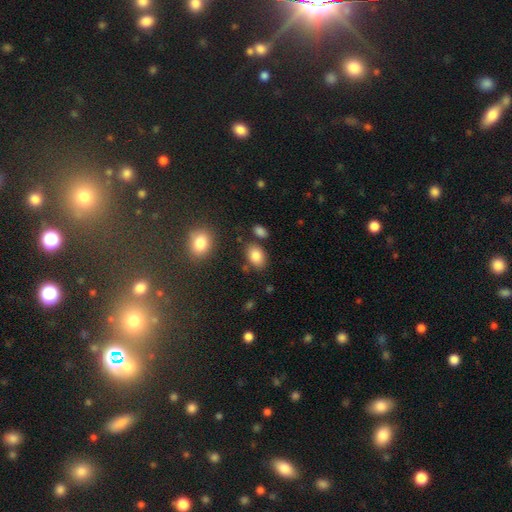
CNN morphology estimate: smooth-or-featured: smooth: 84% | star or artifact: 8% | featured or disk: 7%
  how-rounded: in between: 84% | round: 14% | cigar-shaped: 1%
  merging: none: 78% | minor disturbance: 12% | merger: 6% | major disturbance: 3%